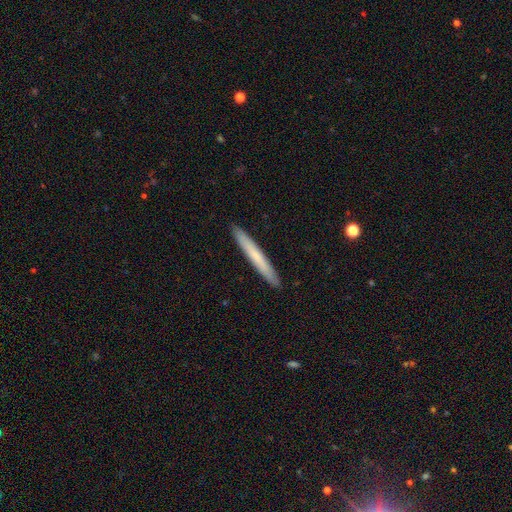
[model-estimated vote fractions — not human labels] Smooth or featured? smooth (63%)
How rounded? cigar-shaped (97%)
Merging? none (93%)